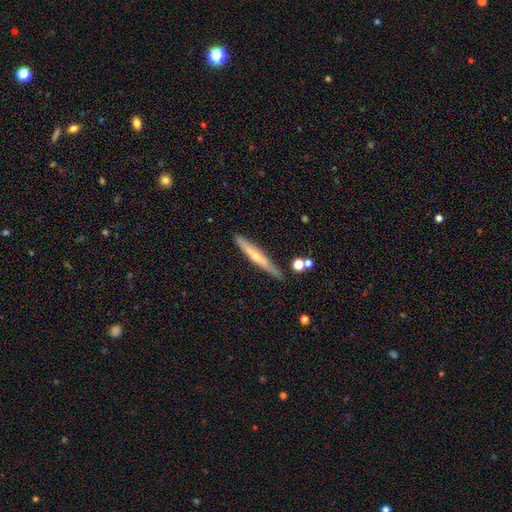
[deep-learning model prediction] The model was most divided on "smooth or featured" (2-way tie): featured or disk: 47%, smooth: 47%, star or artifact: 6%. More confident: merging — none (82%).